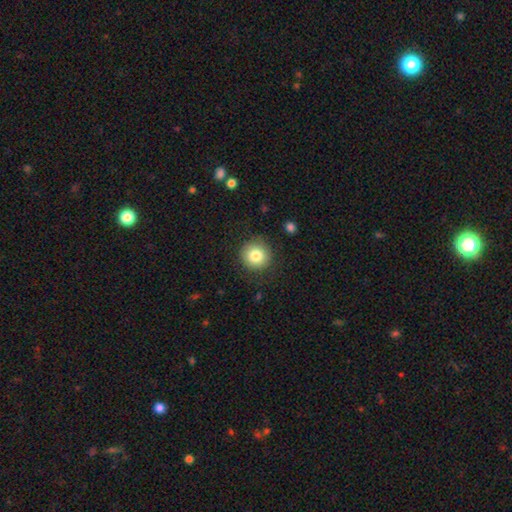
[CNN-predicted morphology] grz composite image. It shows a smooth galaxy with no disk features (81%) that is round (94%). Merging: none (87%).